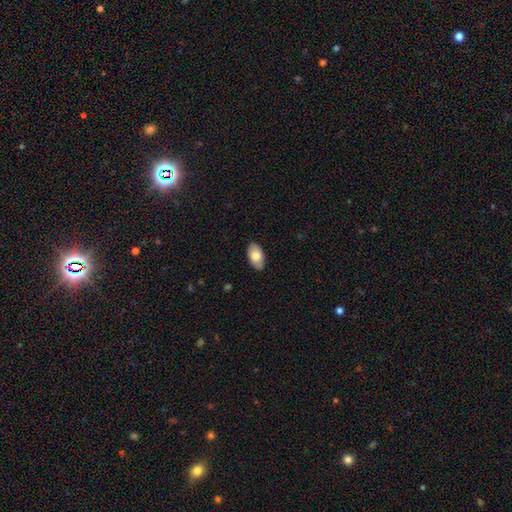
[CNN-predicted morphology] The model was most divided on "smooth or featured": smooth: 77%, featured or disk: 17%, star or artifact: 6%. More confident: how rounded — in between (95%); merging — none (87%).